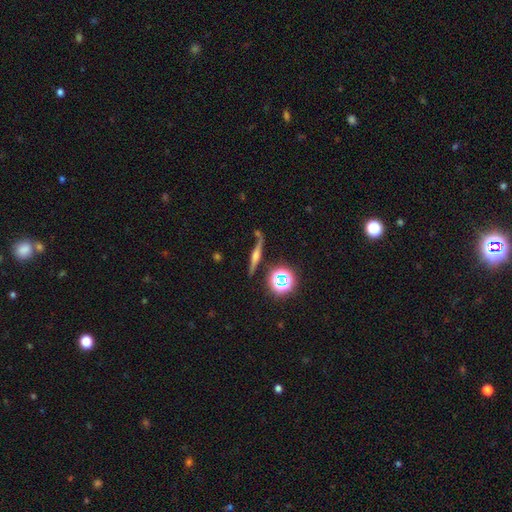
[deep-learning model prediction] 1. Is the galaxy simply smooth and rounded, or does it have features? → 61% featured or disk, 23% smooth, 16% star or artifact.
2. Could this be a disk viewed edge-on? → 93% yes, 7% no.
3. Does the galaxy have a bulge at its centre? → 78% rounded, 13% boxy, 9% none.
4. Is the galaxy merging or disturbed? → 78% none, 12% minor disturbance, 6% merger, 4% major disturbance.